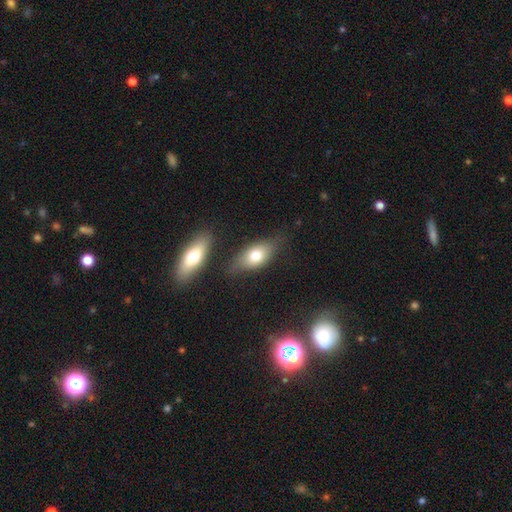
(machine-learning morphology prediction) Q: Smooth or featured?
A: smooth (73%); runner-up: featured or disk (20%)
Q: How rounded?
A: in between (85%); runner-up: round (8%)
Q: Merging?
A: none (69%); runner-up: minor disturbance (18%)